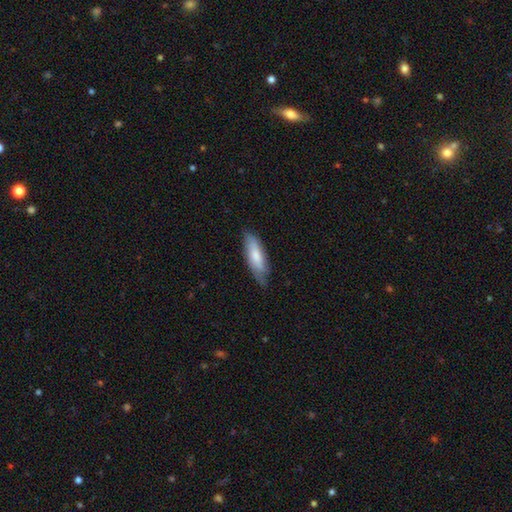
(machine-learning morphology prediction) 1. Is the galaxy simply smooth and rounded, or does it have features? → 68% smooth, 26% featured or disk, 6% star or artifact.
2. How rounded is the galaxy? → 53% in between, 46% cigar-shaped, 2% round.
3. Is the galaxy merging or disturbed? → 67% none, 27% minor disturbance, 5% major disturbance, 1% merger.